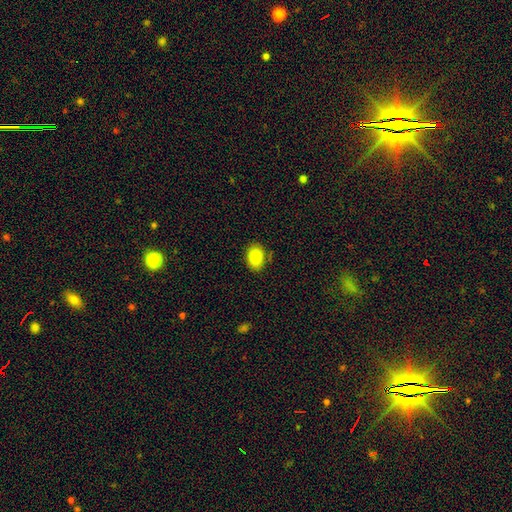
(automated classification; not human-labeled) This is clearly a smooth galaxy (85%). How rounded: clearly in between (80%). Merging: clearly none (81%).